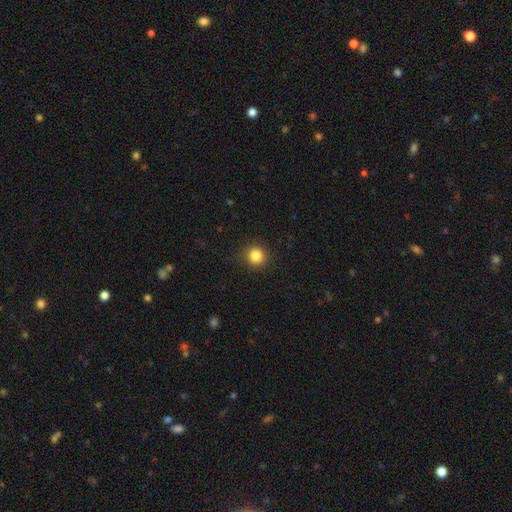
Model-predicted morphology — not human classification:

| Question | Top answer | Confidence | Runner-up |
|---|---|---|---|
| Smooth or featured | smooth | 85% | star or artifact (11%) |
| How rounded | round | 92% | in between (7%) |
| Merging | none | 90% | minor disturbance (7%) |